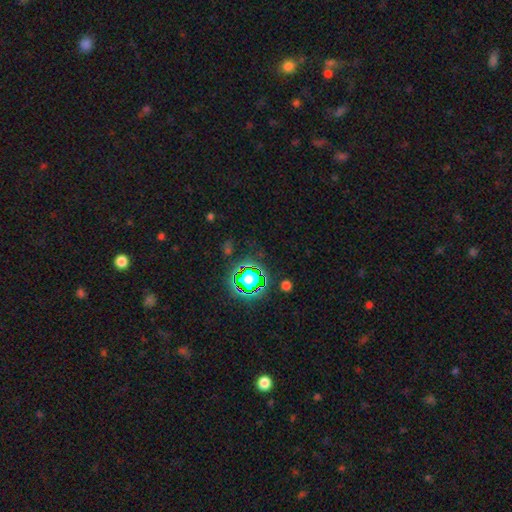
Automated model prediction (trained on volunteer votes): Morphology: type=star or artifact (79%).